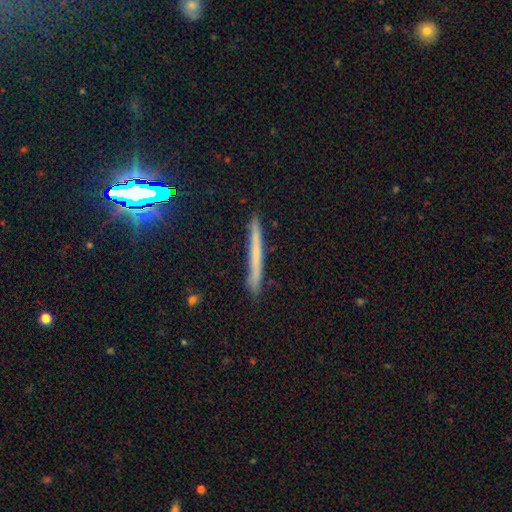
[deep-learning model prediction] Smooth or featured: smooth — 51% (featured or disk — 37%)
How rounded: cigar-shaped — 97% (in between — 2%)
Merging: none — 89% (minor disturbance — 8%)